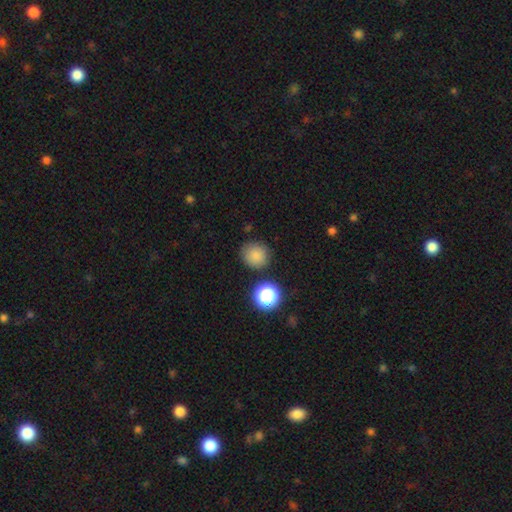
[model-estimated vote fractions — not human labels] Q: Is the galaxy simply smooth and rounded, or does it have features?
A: smooth — 82%.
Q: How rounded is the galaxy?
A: round — 88%.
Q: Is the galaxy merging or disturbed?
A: none — 82%.